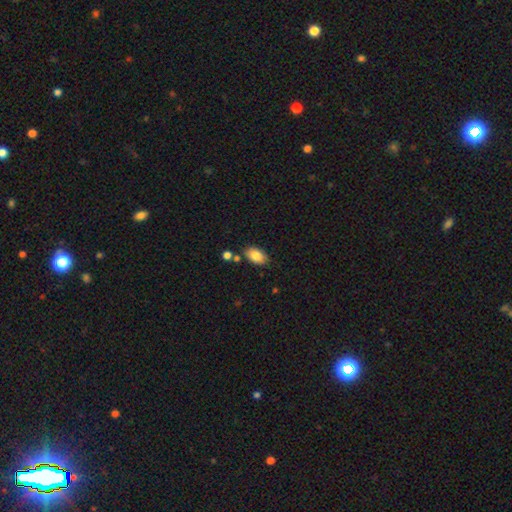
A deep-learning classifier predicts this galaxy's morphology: A smooth galaxy with no disk features (85%) that is in between round and cigar-shaped (92%).

Vote fractions:
- Smooth or featured? smooth: 85% / featured or disk: 8% / star or artifact: 8%
- How rounded? in between: 92% / round: 6% / cigar-shaped: 2%
- Merging? none: 79% / minor disturbance: 12% / merger: 6% / major disturbance: 3%